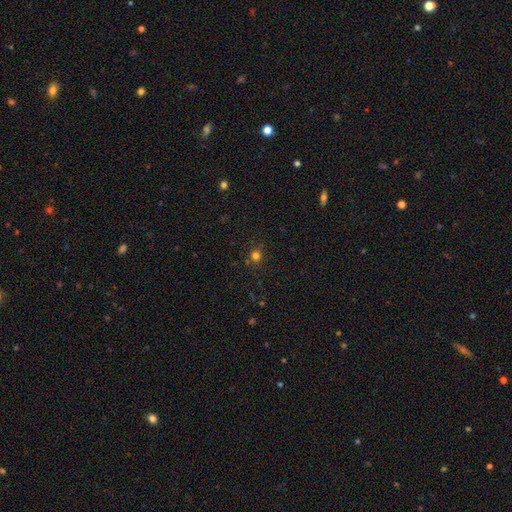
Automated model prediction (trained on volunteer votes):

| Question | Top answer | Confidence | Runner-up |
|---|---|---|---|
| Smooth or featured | smooth | 73% | star or artifact (22%) |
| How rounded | round | 89% | in between (10%) |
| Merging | none | 86% | minor disturbance (9%) |